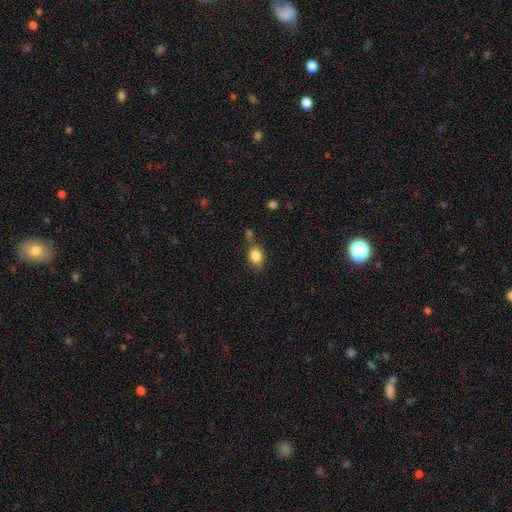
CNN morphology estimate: This is clearly a smooth galaxy (85%). How rounded: likely in between (72%). Merging: possibly none (54%).